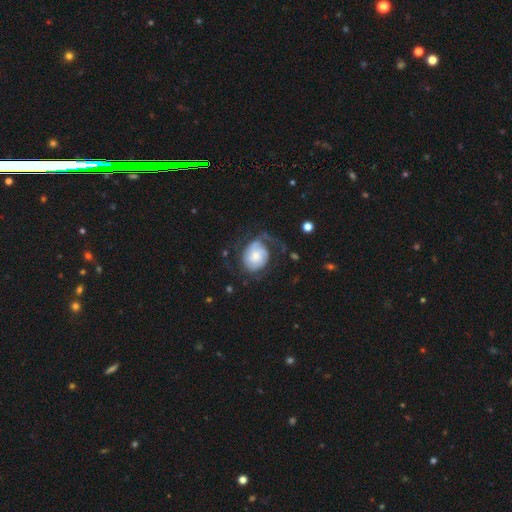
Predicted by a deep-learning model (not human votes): The model was most divided on "spiral winding": medium: 36%, tight: 34%, loose: 30%. Remaining: edge-on disk — no (98%); spiral arms — yes (87%); bar — no (73%); smooth or featured — featured or disk (64%); bulge size — small (48%); spiral arm count — 2 (47%); merging — none (42%).